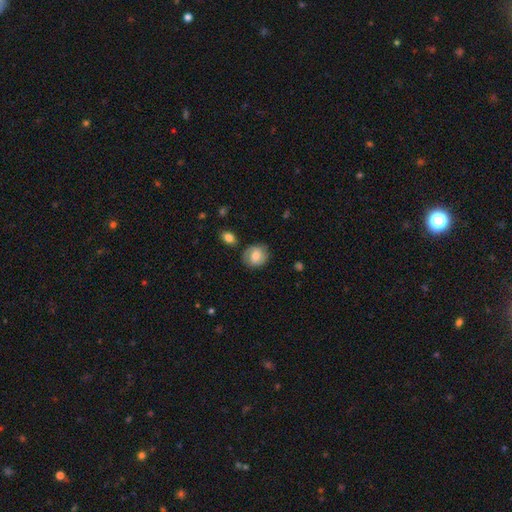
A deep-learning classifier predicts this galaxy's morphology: Overall: smooth (60%; featured or disk 32%). How rounded: round (72%). Merging: none (76%).